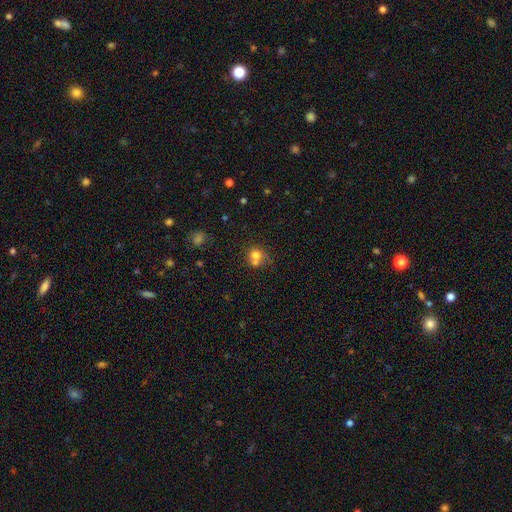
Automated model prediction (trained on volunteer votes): Smooth or featured? smooth (73%)
How rounded? round (80%)
Merging? merger (46%)